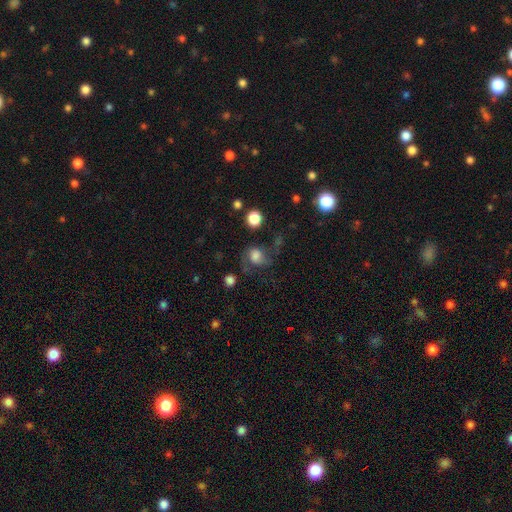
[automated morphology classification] Smooth or featured? Predicted: smooth (p=0.54). How rounded? Predicted: round (p=0.69). Merging? Predicted: none (p=0.45).